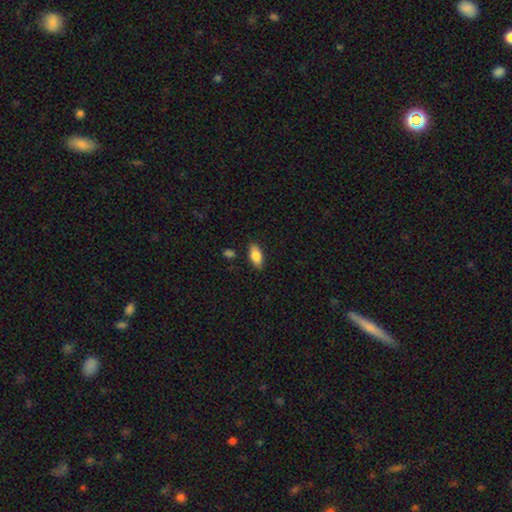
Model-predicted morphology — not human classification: This appears to be a smooth galaxy with no disk features (83%) that is in between round and cigar-shaped (88%). Merging: none (85%).